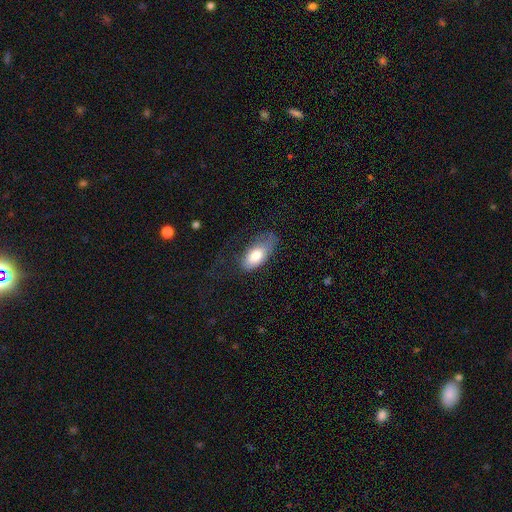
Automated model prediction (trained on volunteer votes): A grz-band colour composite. It shows a smooth galaxy with no disk features (77%) that is in between round and cigar-shaped (91%). Merging: none (40%).